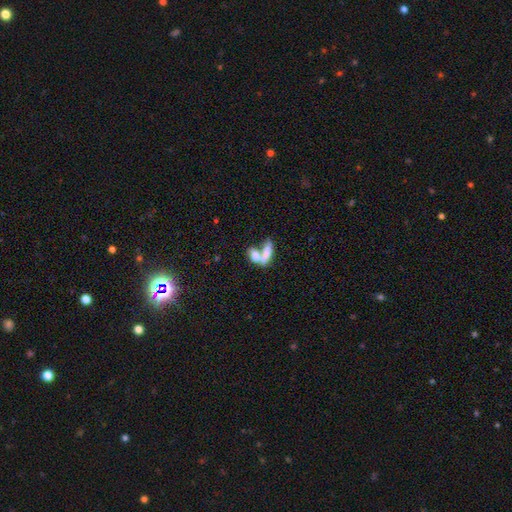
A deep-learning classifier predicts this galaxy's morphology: A smooth galaxy with no disk features (70%) that is in between round and cigar-shaped (69%). Merging: merger (66%).